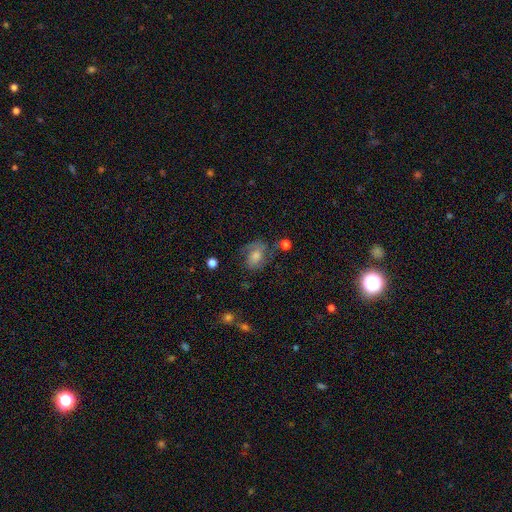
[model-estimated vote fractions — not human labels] Smooth or featured? featured or disk (54%)
Edge-on disk? no (96%)
Bar? no (60%)
Spiral arms? yes (82%)
Bulge size? moderate (49%)
Merging? none (58%)